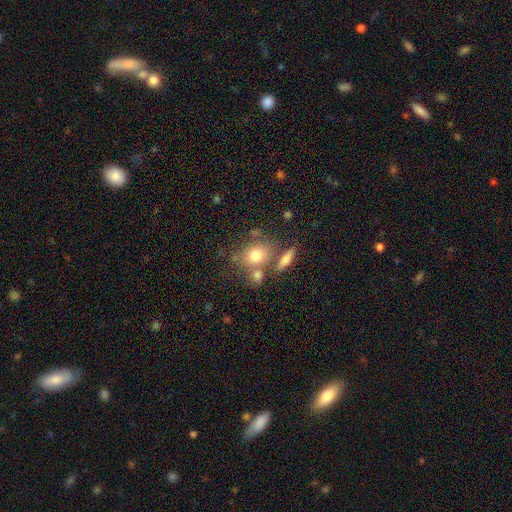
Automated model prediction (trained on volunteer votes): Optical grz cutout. It shows a smooth galaxy with no disk features (74%) that is round (55%). Merging: none (56%).